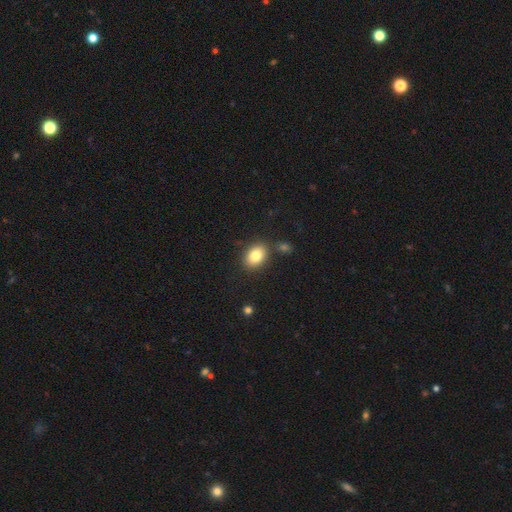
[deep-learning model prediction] Morphology: type=smooth (82%); roundness=in between (71%); merging=none (79%).